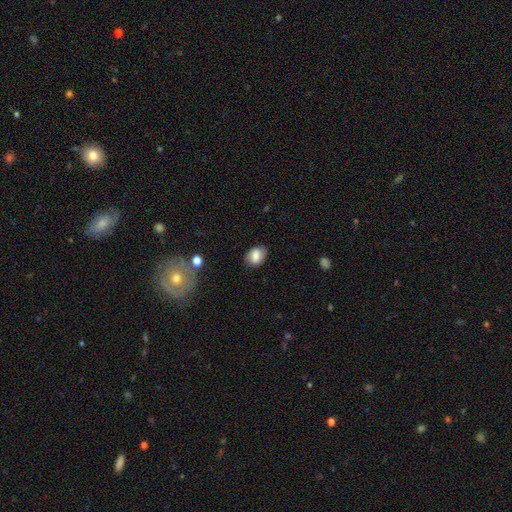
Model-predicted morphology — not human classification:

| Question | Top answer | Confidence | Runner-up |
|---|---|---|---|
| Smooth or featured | smooth | 72% | featured or disk (20%) |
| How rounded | in between | 77% | round (22%) |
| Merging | none | 77% | minor disturbance (17%) |